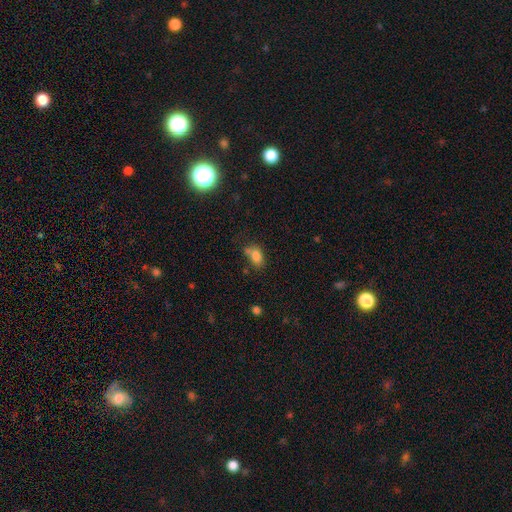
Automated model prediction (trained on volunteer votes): smooth-or-featured: smooth: 80% | star or artifact: 12% | featured or disk: 8%
  how-rounded: in between: 82% | round: 16% | cigar-shaped: 2%
  merging: none: 46% | minor disturbance: 25% | merger: 18% | major disturbance: 11%